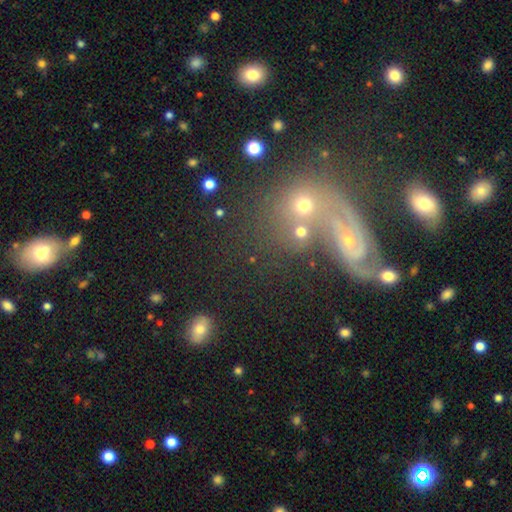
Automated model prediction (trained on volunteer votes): A smooth galaxy with no disk features (38%).

Vote fractions:
- Smooth or featured? smooth: 38% / featured or disk: 37% / star or artifact: 24%
- Merging? none: 40% / merger: 39% / minor disturbance: 11% / major disturbance: 10%